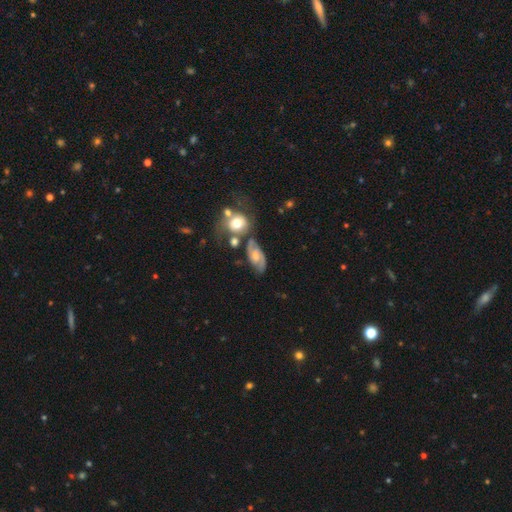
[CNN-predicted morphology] Smooth or featured?
  - featured or disk: 69% *
  - smooth: 23%
  - star or artifact: 7%
Edge-on disk?
  - no: 95% *
  - yes: 5%
Bar?
  - no: 59% *
  - weak: 34%
  - strong: 7%
Spiral arms?
  - yes: 90% *
  - no: 10%
Spiral winding?
  - medium: 48% *
  - tight: 31%
  - loose: 20%
Spiral arm count?
  - 2: 84% *
  - can't tell: 9%
  - 1: 2%
  - 3: 2%
  - 4: 1%
  - more than 4: 1%
Bulge size?
  - moderate: 52% *
  - small: 36%
  - none: 6%
  - large: 6%
  - dominant: 2%
Merging?
  - none: 62% *
  - minor disturbance: 18%
  - merger: 12%
  - major disturbance: 7%